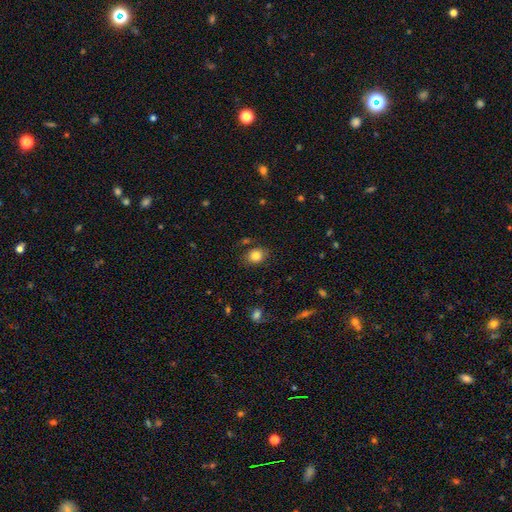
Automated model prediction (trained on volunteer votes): The model was most divided on "how rounded": round: 58%, in between: 41%, cigar-shaped: 1%. More confident: smooth or featured — smooth (82%); merging — none (81%).